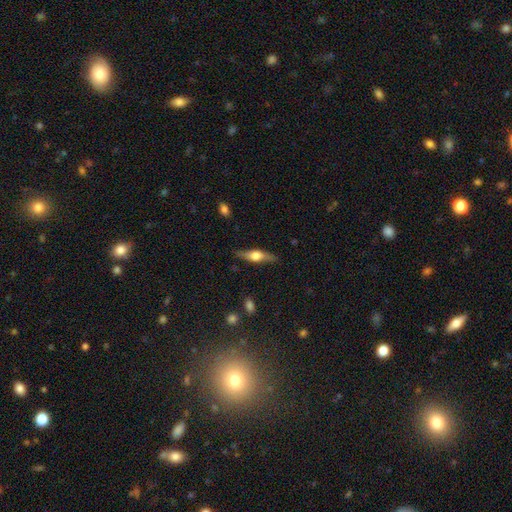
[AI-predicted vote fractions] smooth-or-featured: featured or disk: 54% | smooth: 40% | star or artifact: 6%
  disk-edge-on: yes: 91% | no: 9%
  merging: none: 83% | minor disturbance: 13% | major disturbance: 3% | merger: 1%